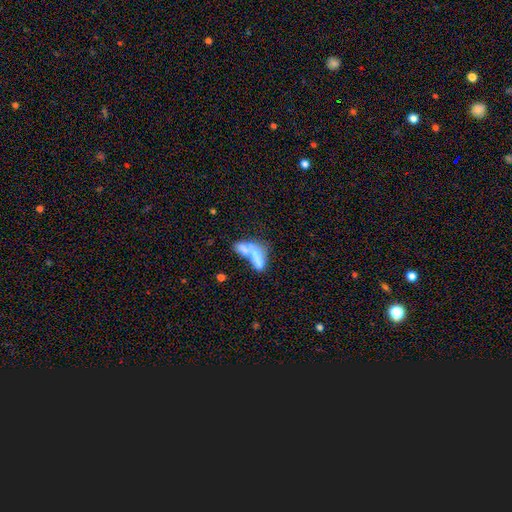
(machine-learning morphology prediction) smooth-or-featured: smooth: 54% | featured or disk: 35% | star or artifact: 11%
  how-rounded: in between: 62% | cigar-shaped: 32% | round: 6%
  merging: merger: 65% | none: 16% | major disturbance: 11% | minor disturbance: 8%